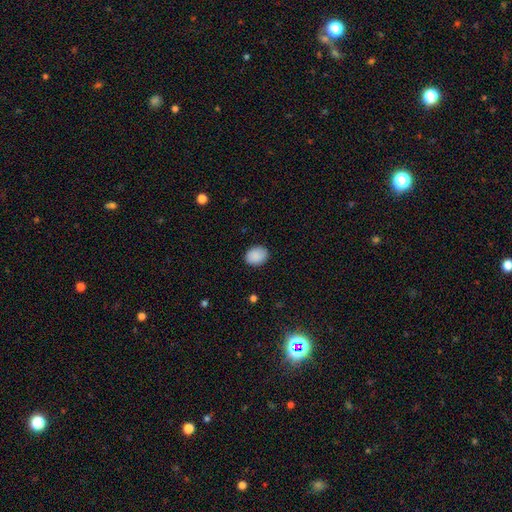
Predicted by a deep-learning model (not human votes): A smooth galaxy with no disk features (89%) that is in between round and cigar-shaped (60%).

Vote fractions:
- Smooth or featured? smooth: 89% / star or artifact: 7% / featured or disk: 4%
- How rounded? in between: 60% / round: 39% / cigar-shaped: 1%
- Merging? none: 88% / minor disturbance: 9% / major disturbance: 2% / merger: 1%